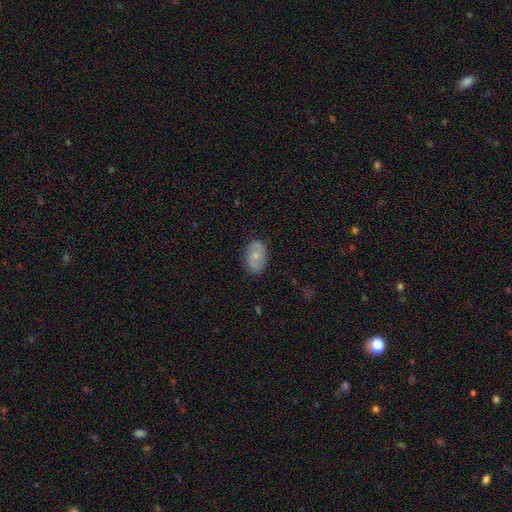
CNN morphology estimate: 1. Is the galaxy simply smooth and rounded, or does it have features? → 54% smooth, 39% featured or disk, 7% star or artifact.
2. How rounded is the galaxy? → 86% in between, 12% round, 2% cigar-shaped.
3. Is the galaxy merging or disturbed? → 82% none, 13% minor disturbance, 3% major disturbance, 1% merger.